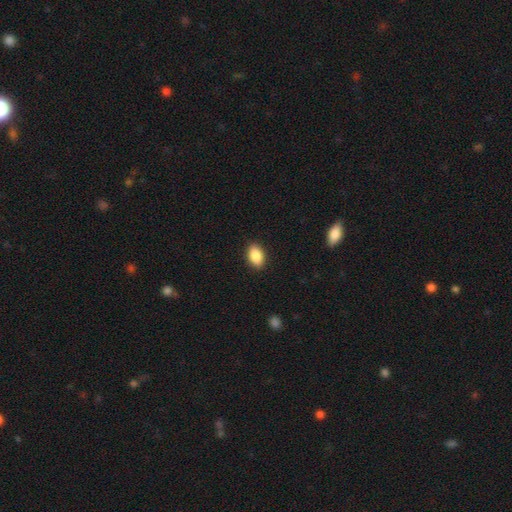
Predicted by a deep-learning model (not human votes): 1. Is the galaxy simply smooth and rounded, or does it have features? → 89% smooth, 7% star or artifact, 4% featured or disk.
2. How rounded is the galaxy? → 89% in between, 9% round, 2% cigar-shaped.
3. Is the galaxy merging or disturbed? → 89% none, 8% minor disturbance, 2% major disturbance, 1% merger.